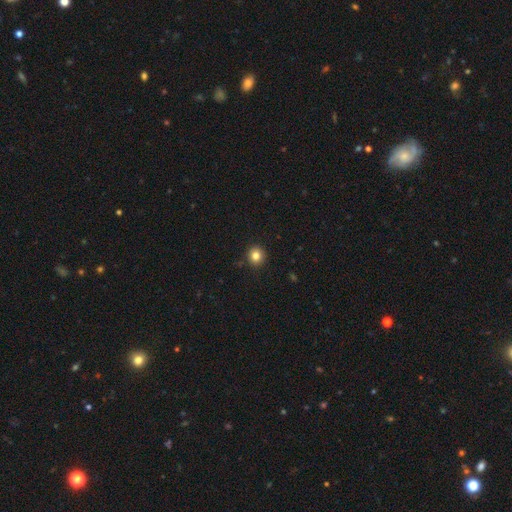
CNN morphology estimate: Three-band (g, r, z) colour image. It shows a smooth galaxy with no disk features (82%) that is round (91%). Merging: none (91%).